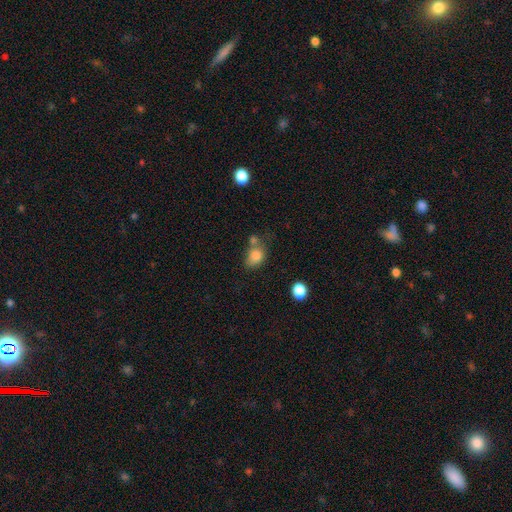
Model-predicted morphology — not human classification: smooth_or_featured: smooth (p=0.81) [alt: star or artifact p=0.10]
how_rounded: in between (p=0.66) [alt: round p=0.33]
merging: none (p=0.42) [alt: merger p=0.27]